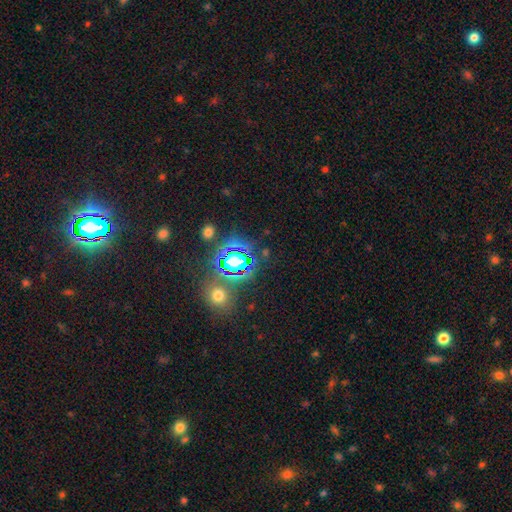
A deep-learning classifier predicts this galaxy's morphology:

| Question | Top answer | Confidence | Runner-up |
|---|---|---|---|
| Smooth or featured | star or artifact | 78% | smooth (15%) |